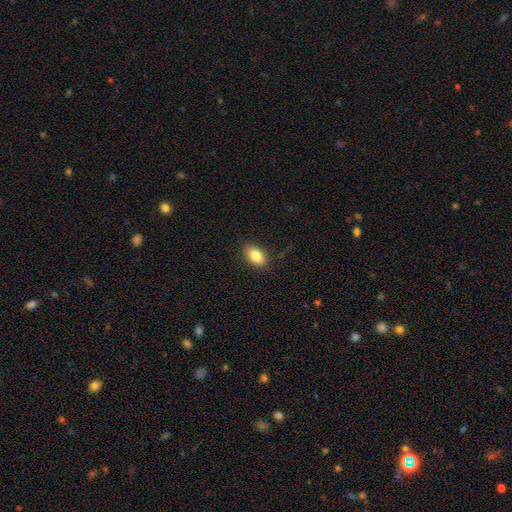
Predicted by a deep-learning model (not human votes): The model was most divided on "merging": none: 87%, minor disturbance: 10%, major disturbance: 3%, merger: 1%. More confident: how rounded — in between (91%); smooth or featured — smooth (85%).